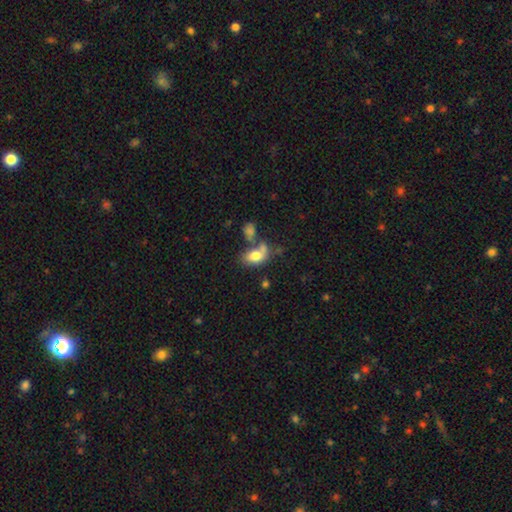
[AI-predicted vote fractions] Smooth or featured: smooth — 75% (featured or disk — 16%)
How rounded: in between — 88% (round — 9%)
Merging: merger — 37% (none — 35%)